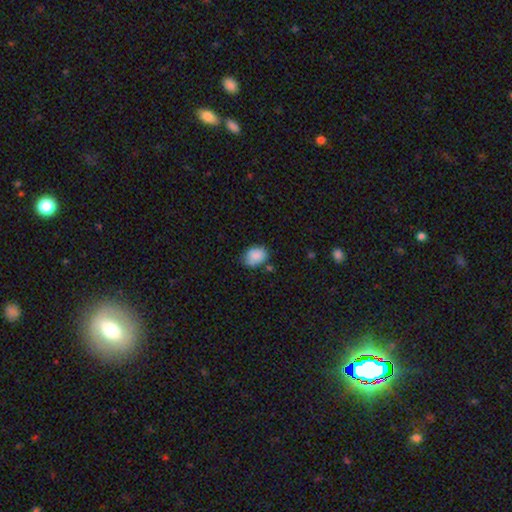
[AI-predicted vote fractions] Q: Smooth or featured?
A: smooth (87%); runner-up: star or artifact (8%)
Q: How rounded?
A: in between (66%); runner-up: round (33%)
Q: Merging?
A: none (68%); runner-up: minor disturbance (23%)